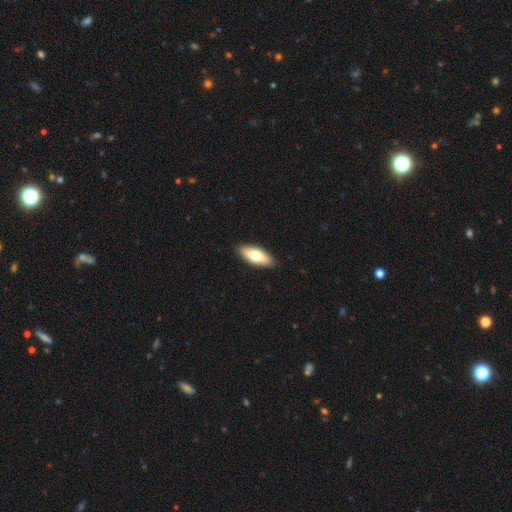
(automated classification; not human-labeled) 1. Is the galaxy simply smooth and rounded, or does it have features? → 73% smooth, 21% featured or disk, 6% star or artifact.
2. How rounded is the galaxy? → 79% in between, 19% cigar-shaped, 2% round.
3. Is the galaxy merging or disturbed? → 90% none, 8% minor disturbance, 2% major disturbance, 1% merger.